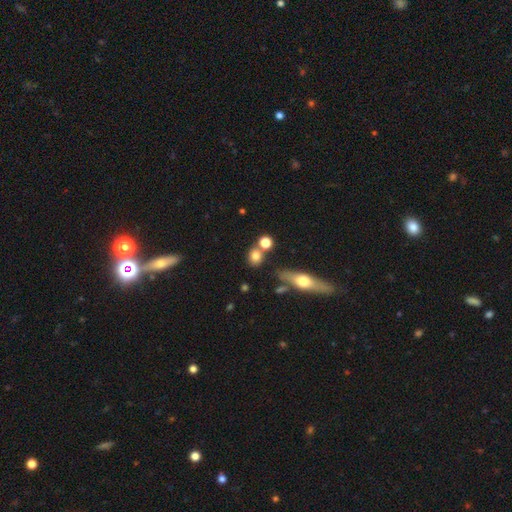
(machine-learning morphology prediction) A smooth galaxy with no disk features (76%) that is round (66%).

Vote fractions:
- Smooth or featured? smooth: 76% / featured or disk: 13% / star or artifact: 11%
- How rounded? round: 66% / in between: 30% / cigar-shaped: 4%
- Merging? none: 63% / merger: 23% / minor disturbance: 11% / major disturbance: 4%